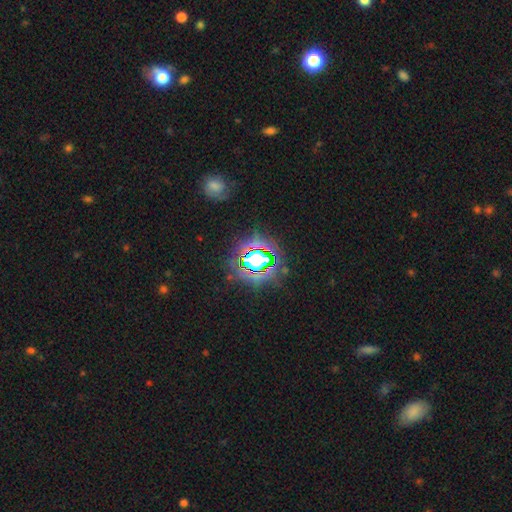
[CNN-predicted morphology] Smooth or featured? star or artifact (72%)